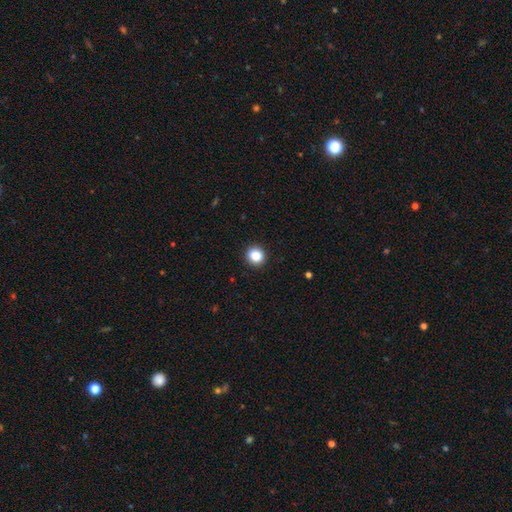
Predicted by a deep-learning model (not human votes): Smooth or featured?
  - smooth: 87% *
  - star or artifact: 10%
  - featured or disk: 3%
How rounded?
  - round: 89% *
  - in between: 10%
  - cigar-shaped: 1%
Merging?
  - none: 92% *
  - minor disturbance: 5%
  - major disturbance: 2%
  - merger: 1%